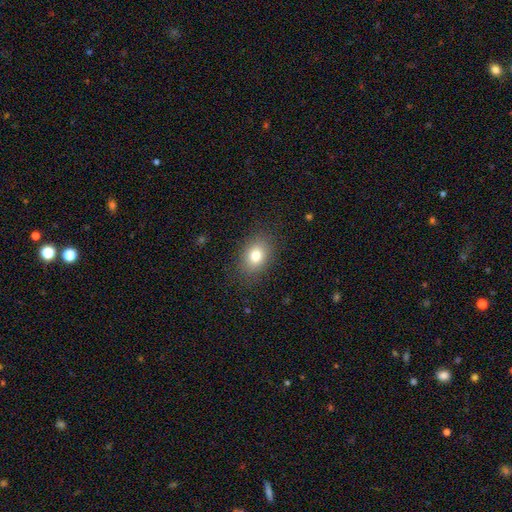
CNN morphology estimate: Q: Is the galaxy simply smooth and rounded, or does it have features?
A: smooth — 80%.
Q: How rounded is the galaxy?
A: in between — 75%.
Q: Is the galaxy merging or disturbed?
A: none — 85%.